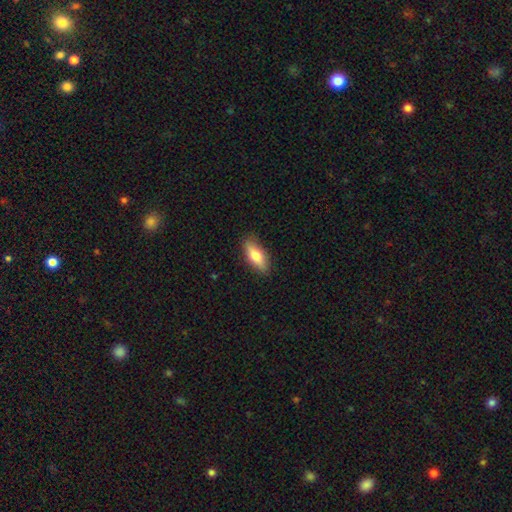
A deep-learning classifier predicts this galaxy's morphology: type=smooth (72%); roundness=in between (70%); merging=none (86%).